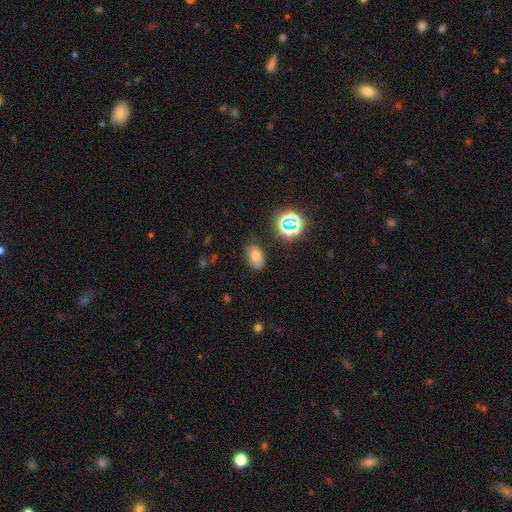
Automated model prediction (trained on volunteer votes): A smooth galaxy with no disk features (67%) that is in between round and cigar-shaped (85%). Merging: none (80%).